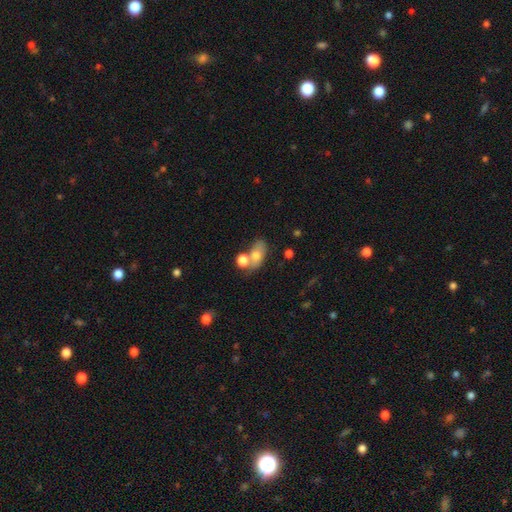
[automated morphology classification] Smooth or featured?
  - smooth: 71% *
  - featured or disk: 19%
  - star or artifact: 10%
How rounded?
  - in between: 80% *
  - round: 17%
  - cigar-shaped: 3%
Merging?
  - merger: 40% *
  - none: 39%
  - minor disturbance: 14%
  - major disturbance: 7%